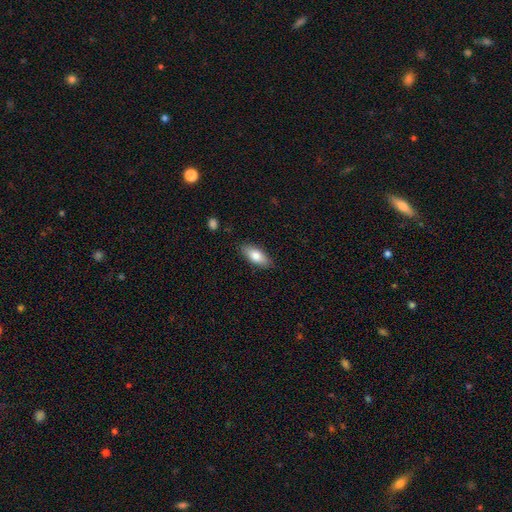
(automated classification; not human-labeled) smooth_or_featured: smooth (p=0.81) [alt: featured or disk p=0.13]
how_rounded: in between (p=0.83) [alt: cigar-shaped p=0.15]
merging: none (p=0.85) [alt: minor disturbance p=0.11]